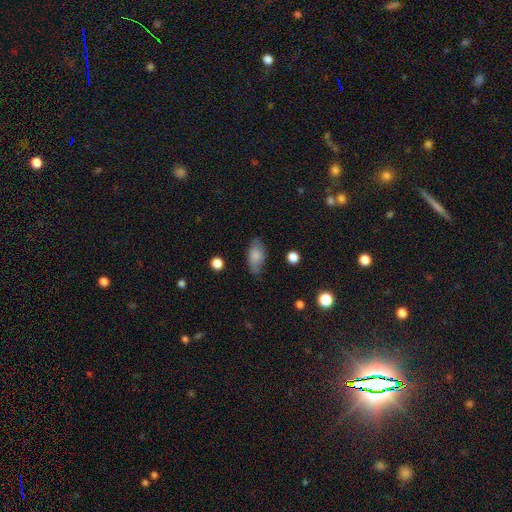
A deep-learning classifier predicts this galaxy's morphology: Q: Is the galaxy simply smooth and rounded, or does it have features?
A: smooth — 76%.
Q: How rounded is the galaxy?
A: in between — 89%.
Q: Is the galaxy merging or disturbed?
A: none — 71%.